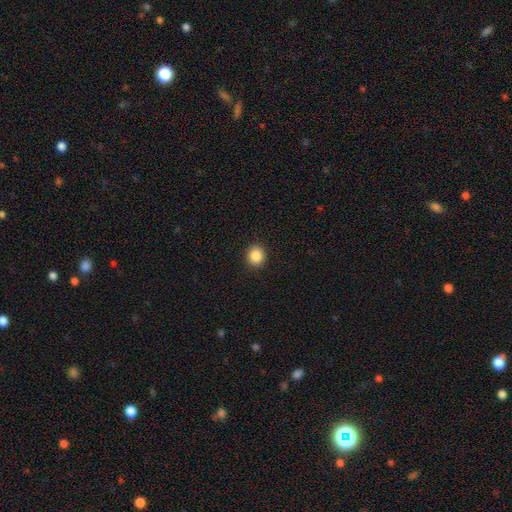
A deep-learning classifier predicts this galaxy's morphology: Q: Smooth or featured?
A: smooth (87%); runner-up: star or artifact (9%)
Q: How rounded?
A: round (83%); runner-up: in between (16%)
Q: Merging?
A: none (92%); runner-up: minor disturbance (5%)